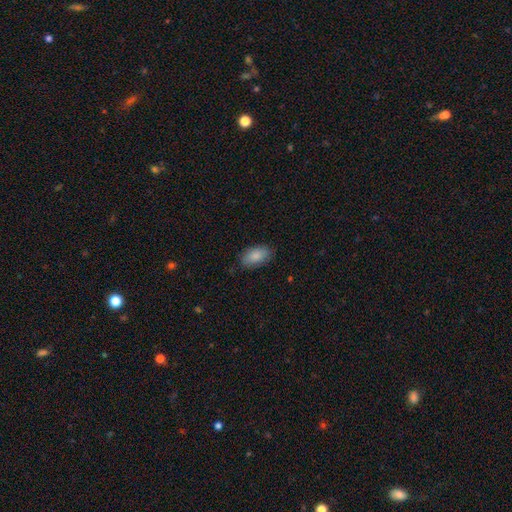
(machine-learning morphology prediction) Q: Smooth or featured?
A: smooth (87%); runner-up: featured or disk (7%)
Q: How rounded?
A: in between (94%); runner-up: round (4%)
Q: Merging?
A: none (84%); runner-up: minor disturbance (12%)